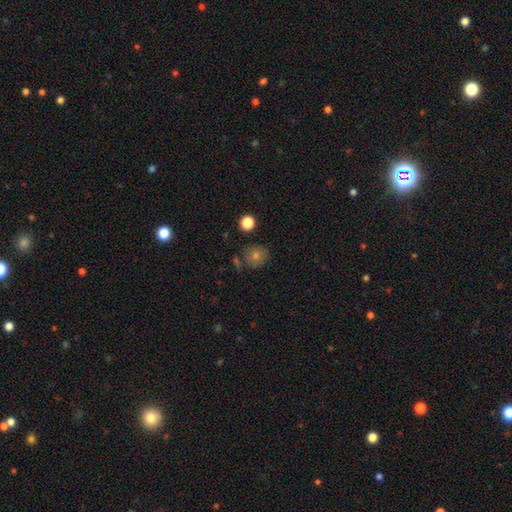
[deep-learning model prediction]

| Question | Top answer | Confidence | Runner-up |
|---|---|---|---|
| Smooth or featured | smooth | 65% | star or artifact (20%) |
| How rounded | round | 83% | in between (16%) |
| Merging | none | 77% | minor disturbance (12%) |